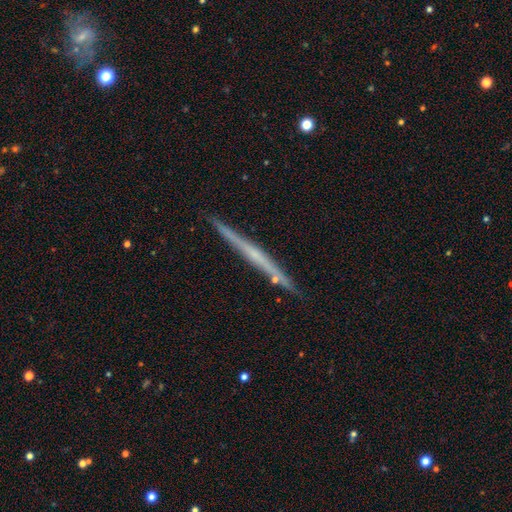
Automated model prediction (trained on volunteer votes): Smooth or featured? Predicted: featured or disk (p=0.65). Edge-on disk? Predicted: yes (p=0.98). Edge-on bulge? Predicted: none (p=0.79). Merging? Predicted: none (p=0.89).